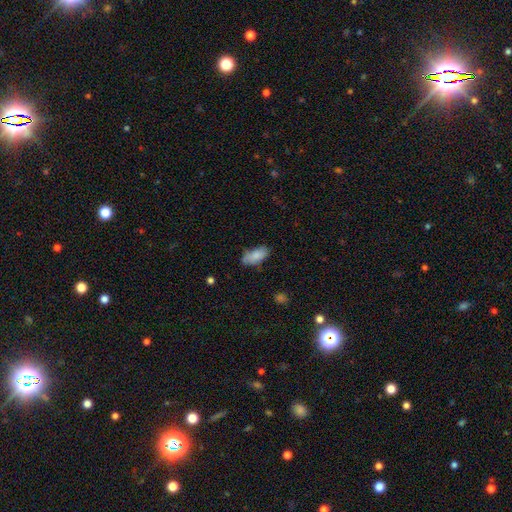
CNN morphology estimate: type=smooth (84%); roundness=in between (89%); merging=none (67%).